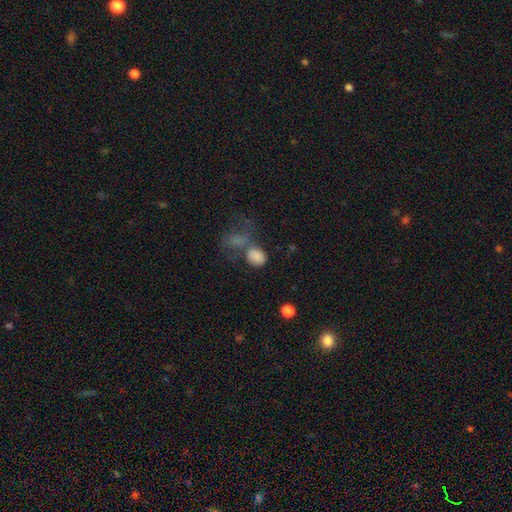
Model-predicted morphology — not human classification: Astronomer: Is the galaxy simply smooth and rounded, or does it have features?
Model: smooth — 82%.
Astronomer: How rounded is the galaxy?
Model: in between — 56% (runner-up: round, 42%).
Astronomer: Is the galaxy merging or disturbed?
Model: none — 40% (runner-up: merger, 32%).